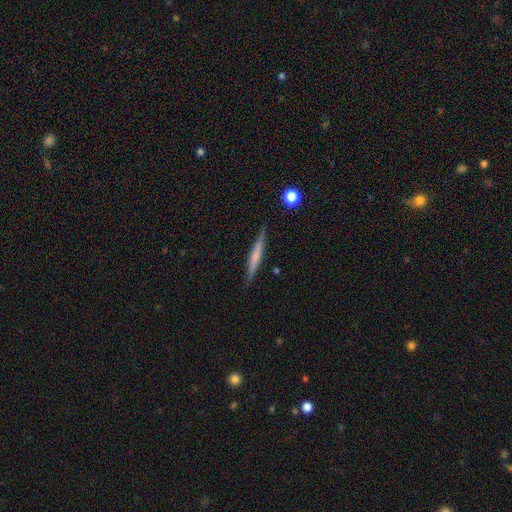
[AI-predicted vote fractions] A featured or disk galaxy (49%).

Vote fractions:
- Smooth or featured? featured or disk: 49% / smooth: 45% / star or artifact: 6%
- Merging? none: 89% / minor disturbance: 8% / major disturbance: 2% / merger: 1%